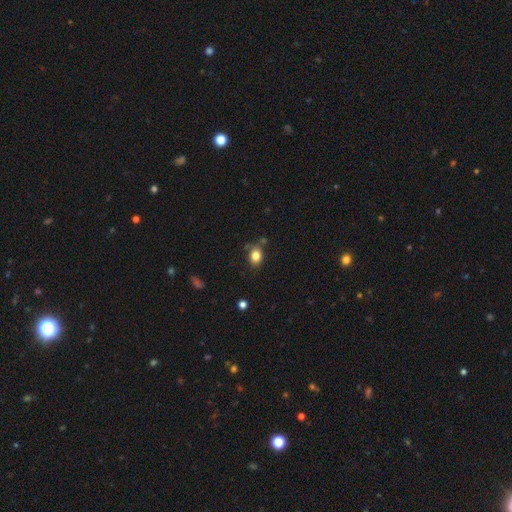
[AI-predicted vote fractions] This appears to be a smooth galaxy with no disk features (82%) that is in between round and cigar-shaped (63%). Merging: none (70%).